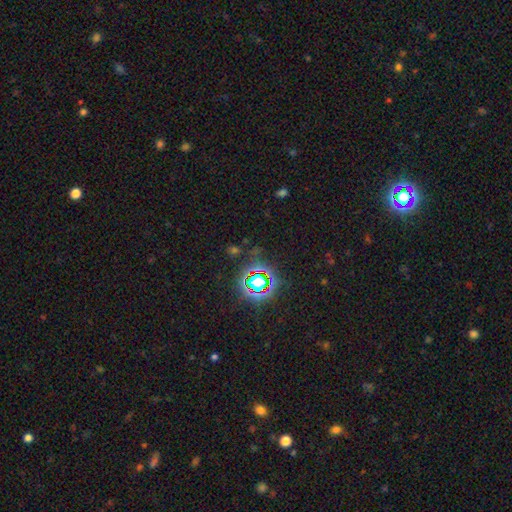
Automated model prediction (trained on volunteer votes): A star or artifact, not a galaxy (78%).